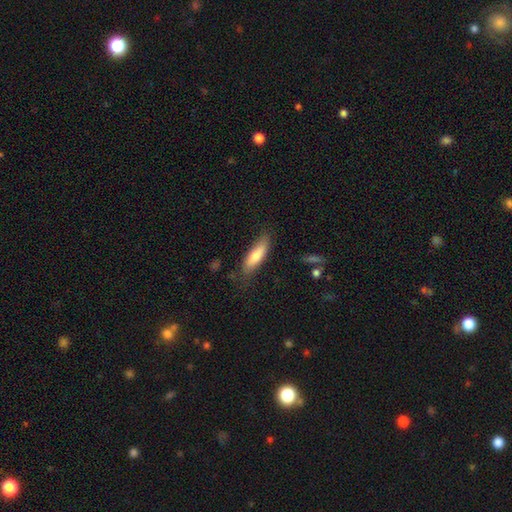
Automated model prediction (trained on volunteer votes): Morphology: type=smooth (74%); roundness=cigar-shaped (55%); merging=none (75%).